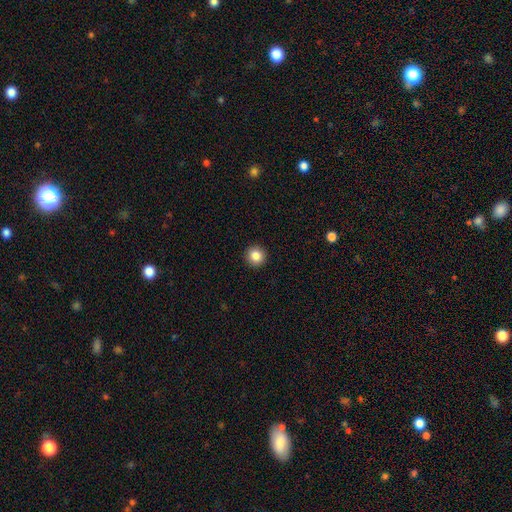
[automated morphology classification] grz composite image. It shows a smooth galaxy with no disk features (85%) that is round (95%). Merging: none (93%).